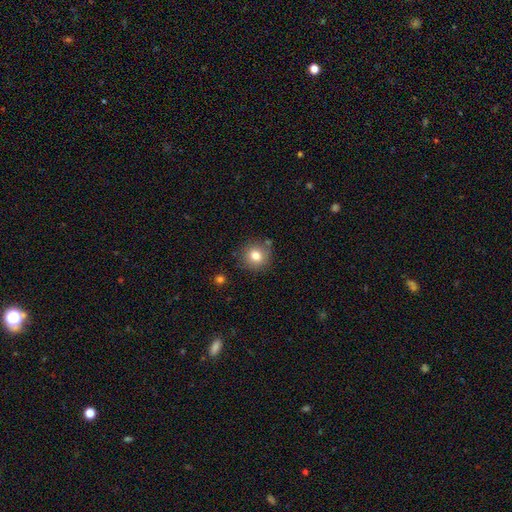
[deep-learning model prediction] Smooth or featured: smooth — 79% (star or artifact — 11%)
How rounded: round — 92% (in between — 8%)
Merging: none — 82% (minor disturbance — 11%)